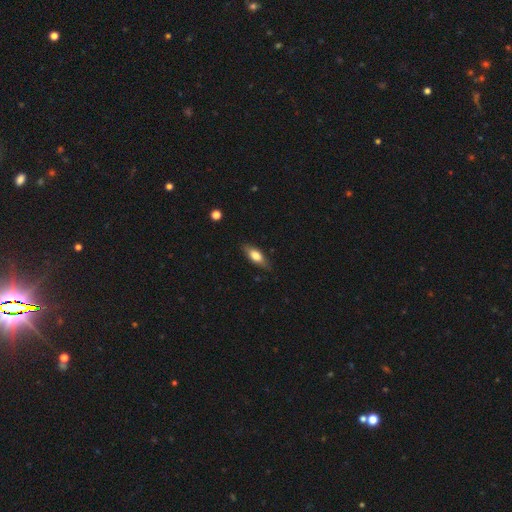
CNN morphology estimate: smooth 66%, featured or disk 27%, star or artifact 7%. Down the decision tree: how rounded — in between (70%); merging — none (82%).